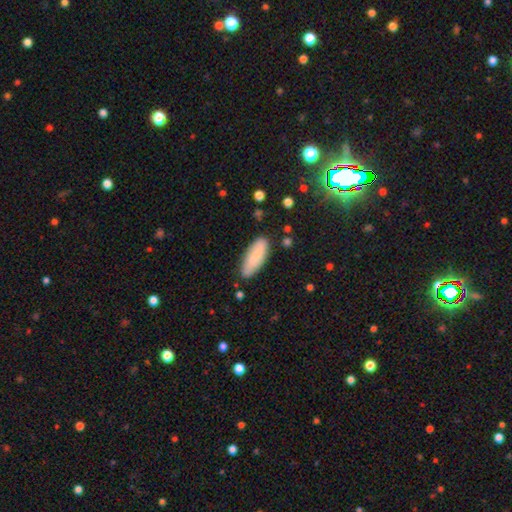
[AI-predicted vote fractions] The model was most divided on "how rounded": in between: 66%, cigar-shaped: 32%, round: 2%. More confident: merging — none (82%); smooth or featured — smooth (77%).